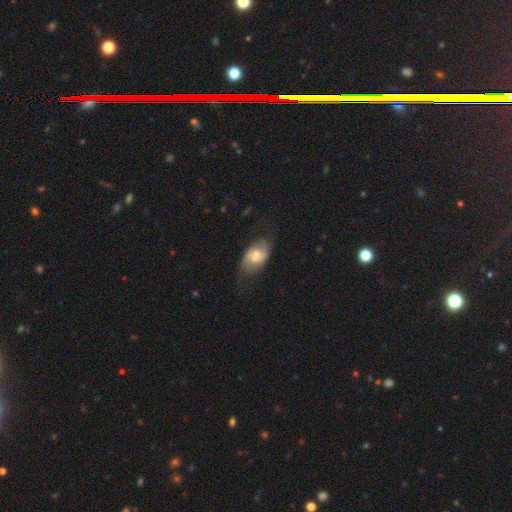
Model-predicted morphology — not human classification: Smooth or featured: featured or disk — 50% (smooth — 43%)
Edge-on disk: no — 93% (yes — 7%)
Merging: none — 66% (minor disturbance — 23%)